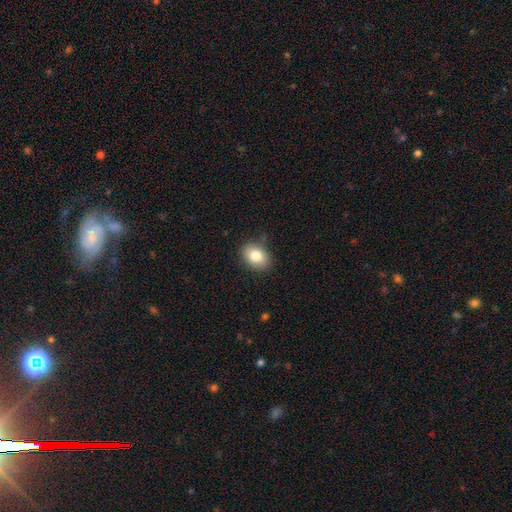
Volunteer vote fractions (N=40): This appears to be a smooth galaxy with no disk features (95%) that is in between round and cigar-shaped (74%). Merging: none (80%).